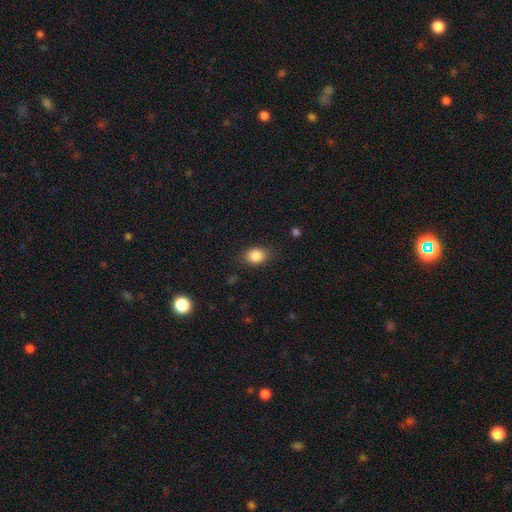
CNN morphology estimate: Smooth or featured: smooth — 86% (star or artifact — 9%)
How rounded: in between — 62% (round — 36%)
Merging: none — 80% (minor disturbance — 15%)